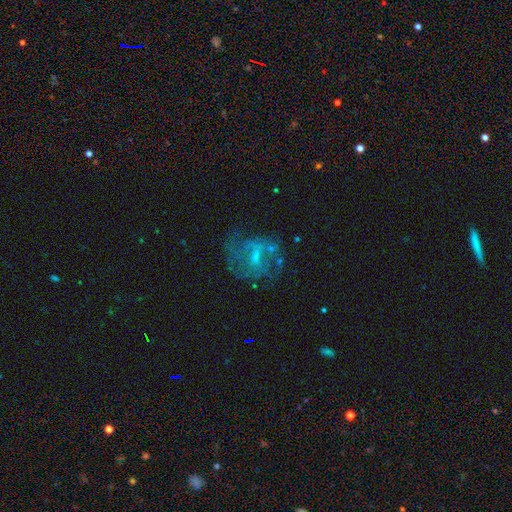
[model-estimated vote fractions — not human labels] Overall: featured or disk (64%). Edge-on disk: no (97%). Bar: weak (45%, tied with no). Spiral arms: yes (60%; no 40%). Bulge size: small (54%; moderate 25%). Merging: none (55%; major disturbance 22%).